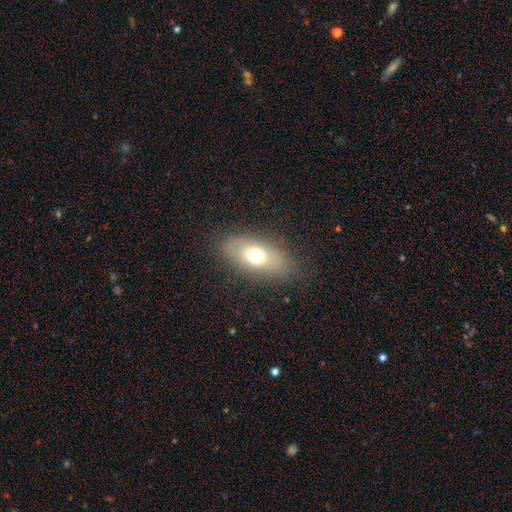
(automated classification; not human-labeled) This is likely a smooth galaxy (66%). How rounded: clearly in between (84%). Merging: clearly none (81%).